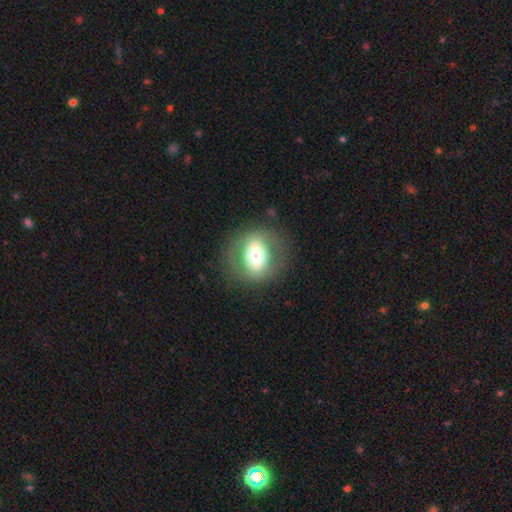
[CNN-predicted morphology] Smooth or featured?
  - featured or disk: 49% *
  - smooth: 43%
  - star or artifact: 8%
Merging?
  - none: 81% *
  - minor disturbance: 11%
  - major disturbance: 7%
  - merger: 1%